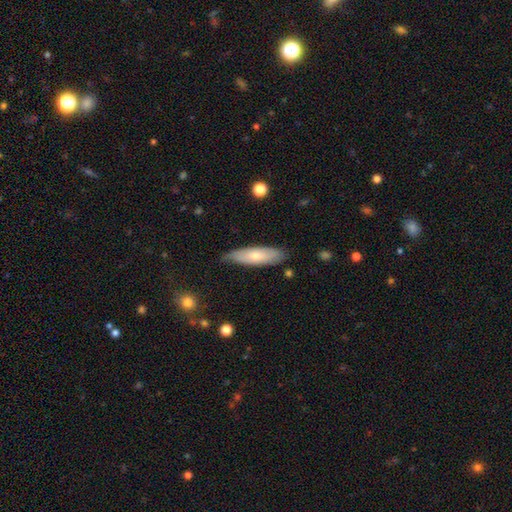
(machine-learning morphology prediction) This is likely a smooth galaxy (63%). How rounded: possibly cigar-shaped (53%). Merging: likely none (75%).